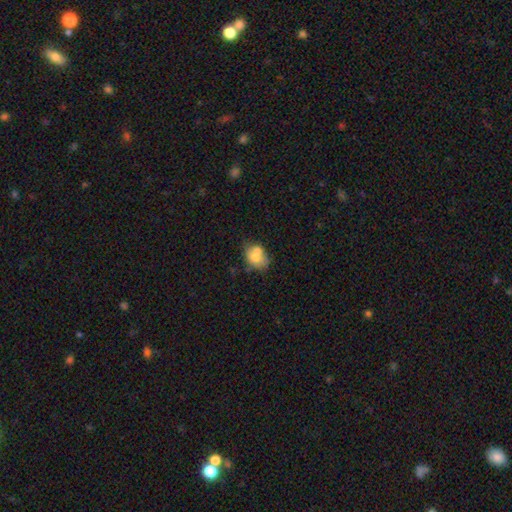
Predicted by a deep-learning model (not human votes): A smooth galaxy with no disk features (68%) that is in between round and cigar-shaped (55%).

Vote fractions:
- Smooth or featured? smooth: 68% / featured or disk: 23% / star or artifact: 9%
- How rounded? in between: 55% / round: 44% / cigar-shaped: 1%
- Merging? merger: 42% / none: 38% / minor disturbance: 15% / major disturbance: 5%